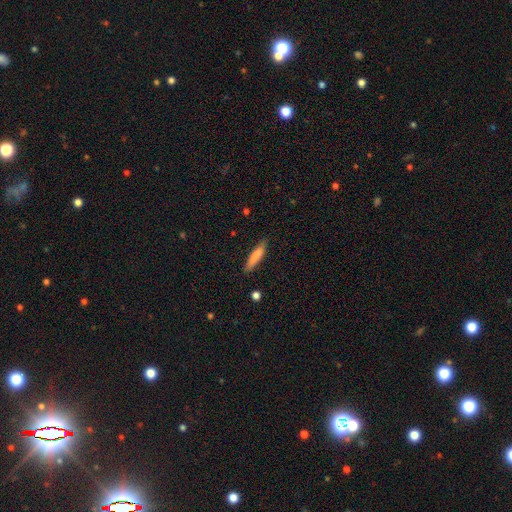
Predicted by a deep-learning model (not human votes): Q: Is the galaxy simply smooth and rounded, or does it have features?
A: smooth — 80%.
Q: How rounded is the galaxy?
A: cigar-shaped — 79%.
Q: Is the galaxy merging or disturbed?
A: none — 82%.